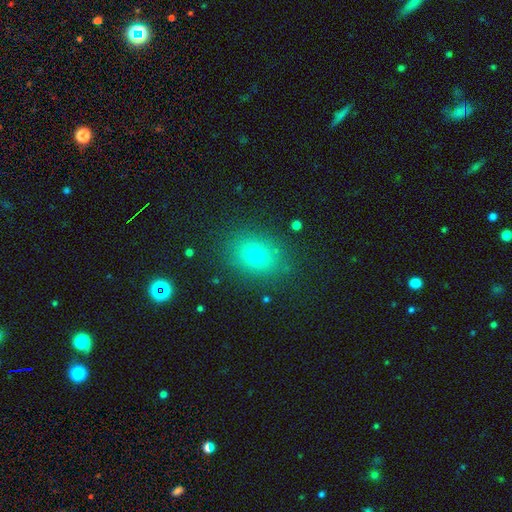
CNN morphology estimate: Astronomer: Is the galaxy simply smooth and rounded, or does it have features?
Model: smooth — 72%.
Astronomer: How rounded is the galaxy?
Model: round — 50% (runner-up: in between, 49%).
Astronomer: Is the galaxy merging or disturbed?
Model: none — 85%.